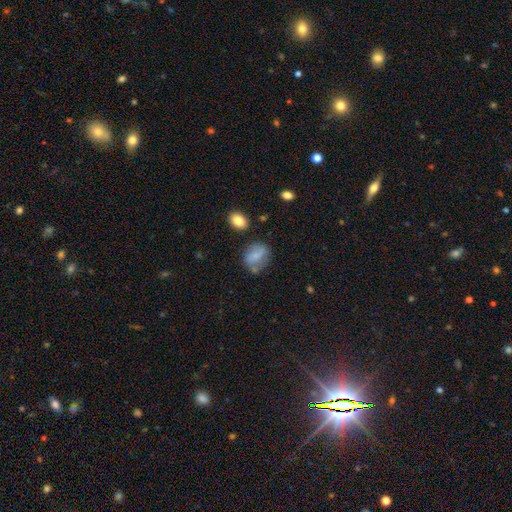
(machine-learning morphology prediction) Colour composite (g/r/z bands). It shows a smooth galaxy with no disk features (66%) that is in between round and cigar-shaped (61%). Merging: none (58%).